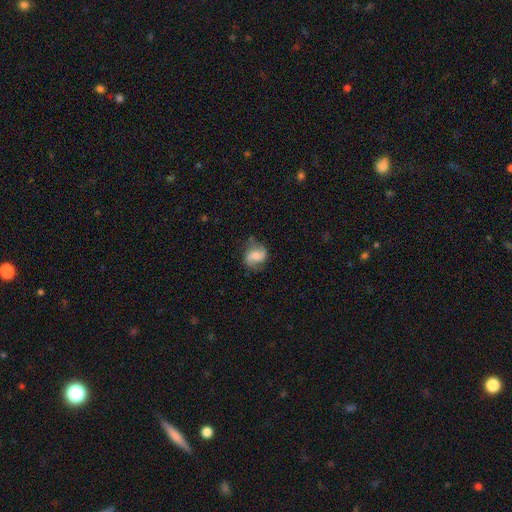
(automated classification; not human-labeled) A featured or disk galaxy (52%) with no bar (51%), spiral arms (88%) and a moderate central bulge (41%).

Vote fractions:
- Smooth or featured? featured or disk: 52% / smooth: 39% / star or artifact: 8%
- Edge-on disk? no: 97% / yes: 3%
- Bar? no: 51% / weak: 37% / strong: 12%
- Spiral arms? yes: 88% / no: 12%
- Bulge size? moderate: 41% / small: 33% / none: 13% / large: 12% / dominant: 2%
- Merging? none: 64% / minor disturbance: 25% / major disturbance: 10% / merger: 2%